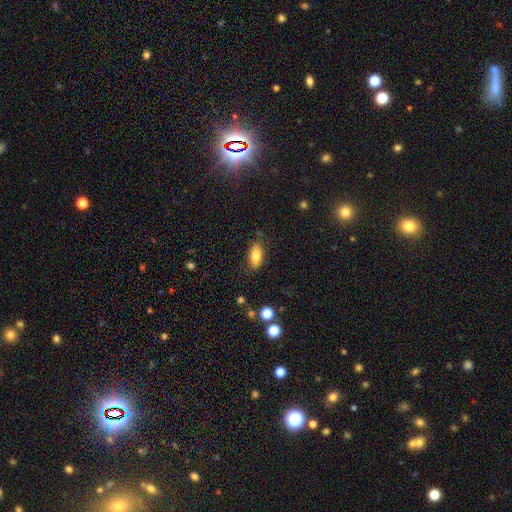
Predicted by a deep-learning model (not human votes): Q: Smooth or featured?
A: smooth (78%); runner-up: featured or disk (14%)
Q: How rounded?
A: in between (90%); runner-up: cigar-shaped (6%)
Q: Merging?
A: none (82%); runner-up: minor disturbance (13%)